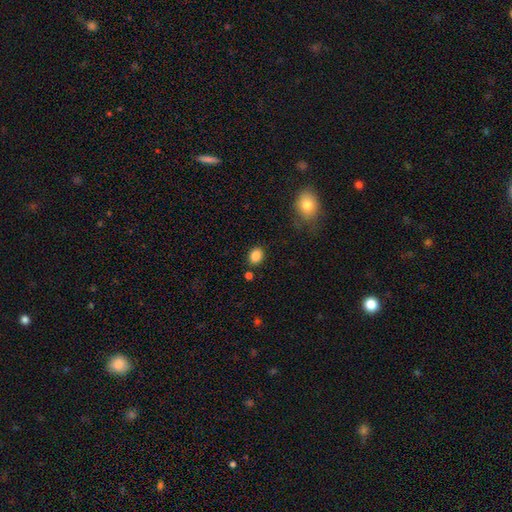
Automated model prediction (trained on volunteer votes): Smooth or featured? Predicted: smooth (p=0.85). How rounded? Predicted: in between (p=0.51). Merging? Predicted: none (p=0.84).